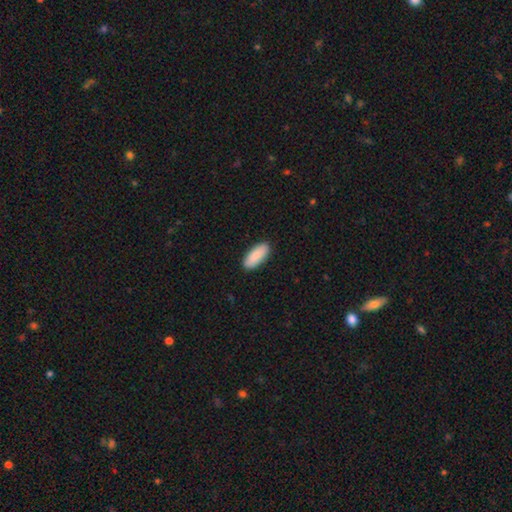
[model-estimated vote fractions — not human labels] Q: Smooth or featured?
A: smooth (89%); runner-up: star or artifact (5%)
Q: How rounded?
A: in between (79%); runner-up: cigar-shaped (19%)
Q: Merging?
A: none (90%); runner-up: minor disturbance (7%)